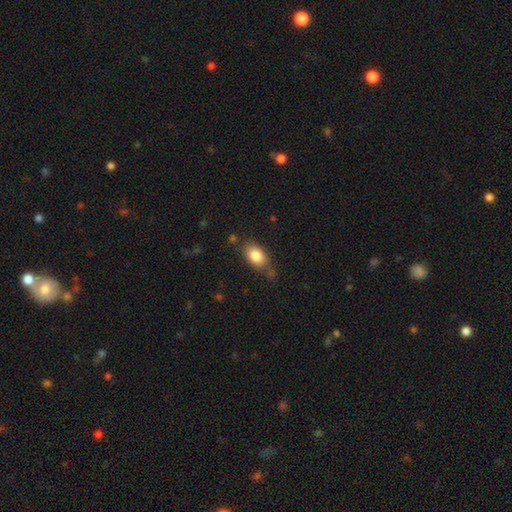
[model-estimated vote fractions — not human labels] A smooth galaxy with no disk features (84%) that is in between round and cigar-shaped (88%).

Vote fractions:
- Smooth or featured? smooth: 84% / featured or disk: 8% / star or artifact: 8%
- How rounded? in between: 88% / round: 10% / cigar-shaped: 2%
- Merging? none: 72% / minor disturbance: 18% / merger: 6% / major disturbance: 5%